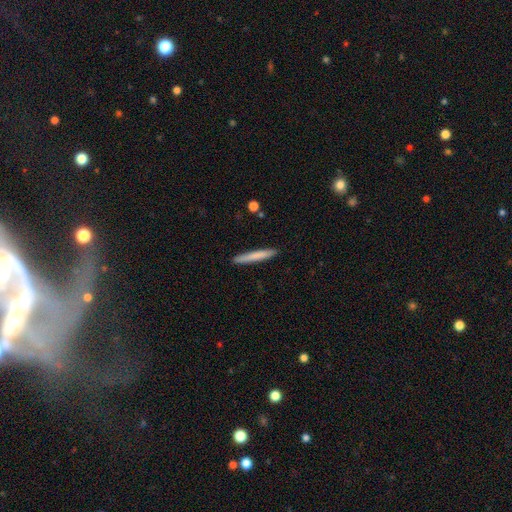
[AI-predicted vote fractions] smooth-or-featured: smooth: 75% | featured or disk: 20% | star or artifact: 6%
  how-rounded: cigar-shaped: 96% | in between: 3% | round: 1%
  merging: none: 91% | minor disturbance: 7% | major disturbance: 1% | merger: 1%